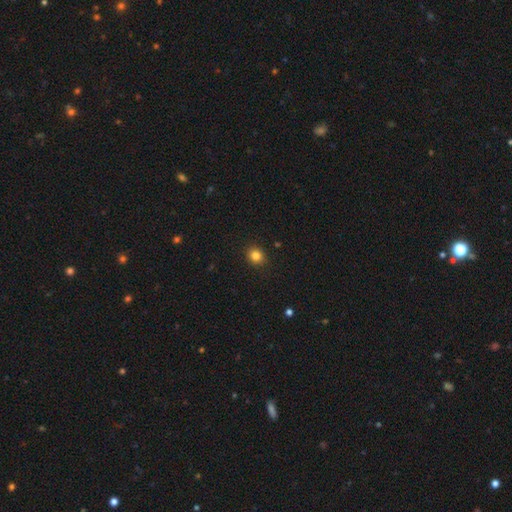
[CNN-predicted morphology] Smooth or featured?
  - smooth: 83% *
  - star or artifact: 12%
  - featured or disk: 5%
How rounded?
  - round: 82% *
  - in between: 17%
  - cigar-shaped: 1%
Merging?
  - none: 91% *
  - minor disturbance: 6%
  - major disturbance: 2%
  - merger: 1%